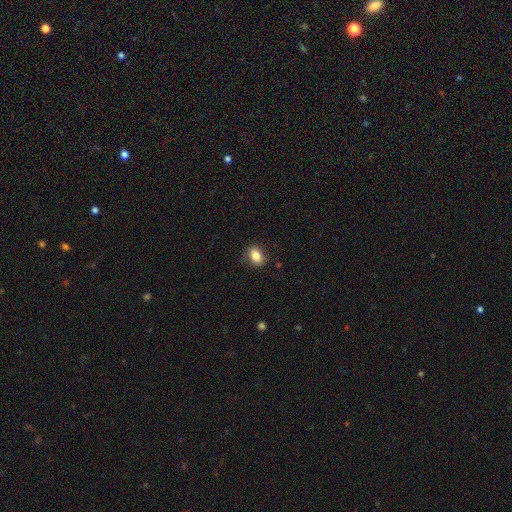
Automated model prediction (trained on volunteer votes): Smooth or featured: smooth — 83% (star or artifact — 9%)
How rounded: in between — 74% (round — 25%)
Merging: none — 82% (minor disturbance — 13%)